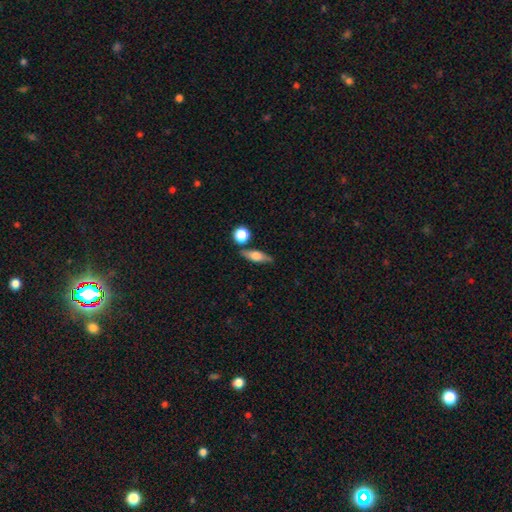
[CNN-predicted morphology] Smooth or featured? smooth (49%)
Merging? none (76%)